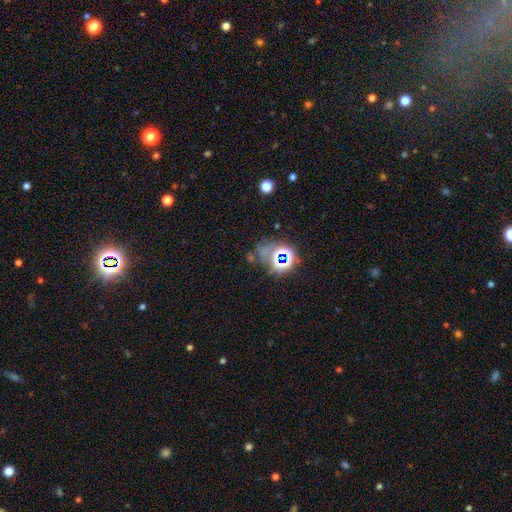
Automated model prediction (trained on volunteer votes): This is likely a star or artifact rather than a galaxy (75%).